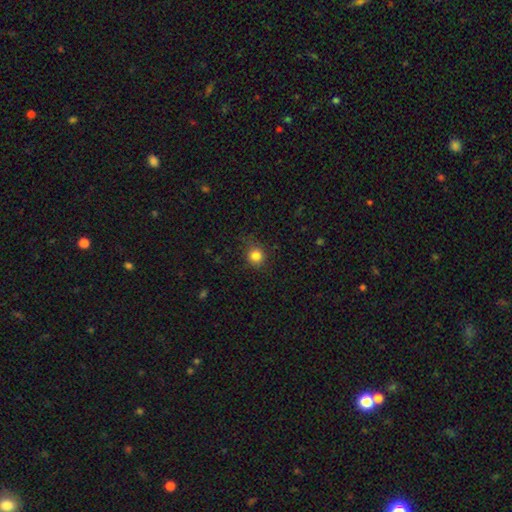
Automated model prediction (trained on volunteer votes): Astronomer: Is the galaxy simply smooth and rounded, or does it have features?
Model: smooth — 83%.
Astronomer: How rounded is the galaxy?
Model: round — 87%.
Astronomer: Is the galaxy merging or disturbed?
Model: none — 81%.